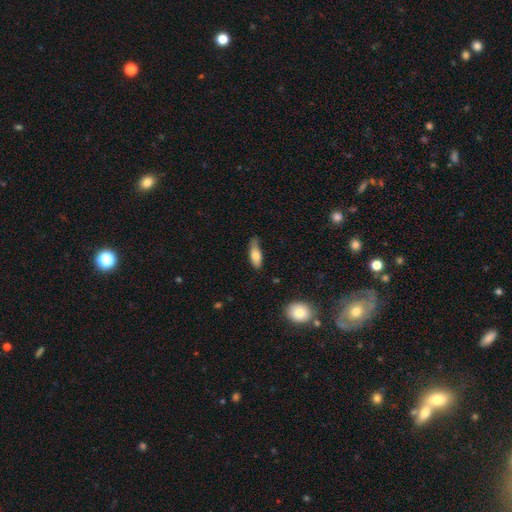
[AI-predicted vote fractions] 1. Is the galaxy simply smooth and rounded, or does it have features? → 77% smooth, 17% featured or disk, 7% star or artifact.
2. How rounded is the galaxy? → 67% in between, 31% cigar-shaped, 2% round.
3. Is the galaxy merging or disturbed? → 58% none, 33% minor disturbance, 7% major disturbance, 2% merger.